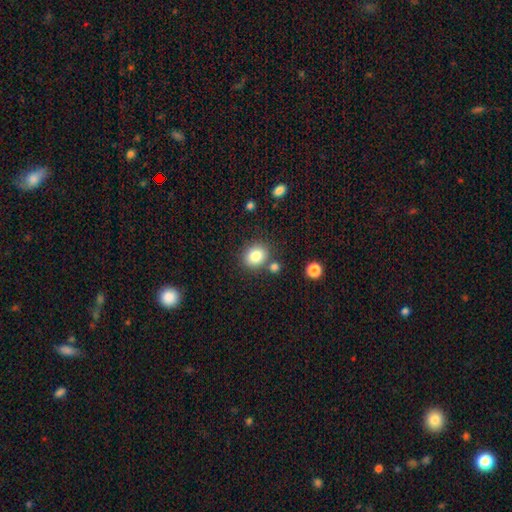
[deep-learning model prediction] smooth-or-featured: smooth: 84% | star or artifact: 10% | featured or disk: 7%
  how-rounded: round: 63% | in between: 36% | cigar-shaped: 1%
  merging: none: 75% | minor disturbance: 11% | merger: 11% | major disturbance: 3%